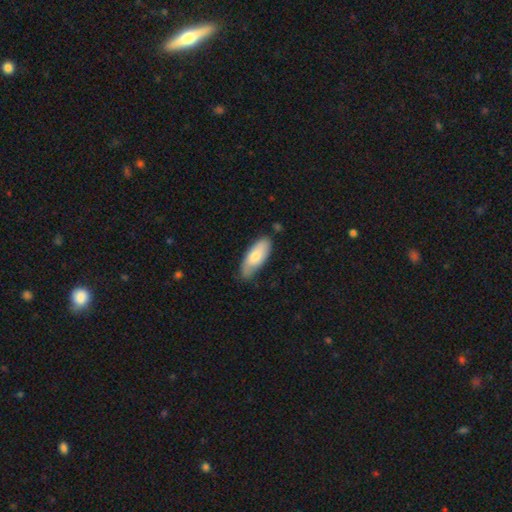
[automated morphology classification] type=smooth (75%); roundness=in between (78%); merging=none (65%).